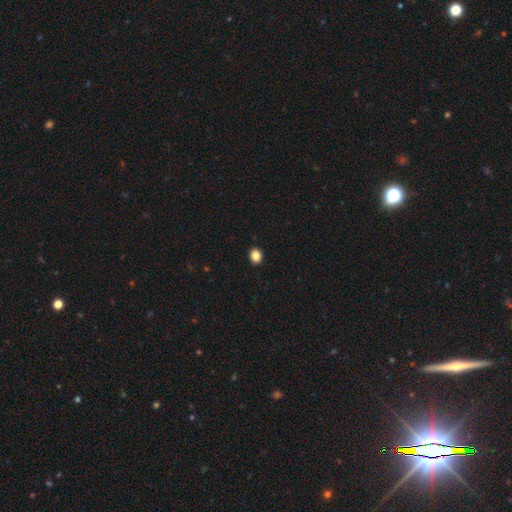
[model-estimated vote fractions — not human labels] Overall: smooth (86%). How rounded: round (57%; in between 42%). Merging: none (92%).